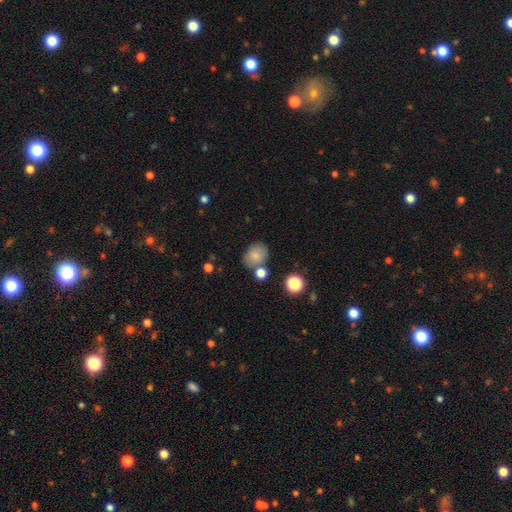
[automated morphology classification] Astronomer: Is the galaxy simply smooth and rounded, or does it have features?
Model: smooth — 79%.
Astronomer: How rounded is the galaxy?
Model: in between — 52% (runner-up: round, 47%).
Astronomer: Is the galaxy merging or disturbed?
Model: none — 66%.